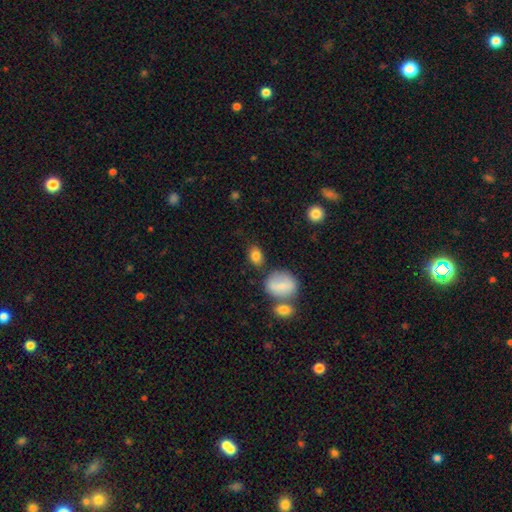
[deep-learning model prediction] A smooth galaxy with no disk features (83%) that is in between round and cigar-shaped (74%).

Vote fractions:
- Smooth or featured? smooth: 83% / star or artifact: 9% / featured or disk: 8%
- How rounded? in between: 74% / round: 24% / cigar-shaped: 2%
- Merging? none: 71% / minor disturbance: 15% / merger: 9% / major disturbance: 5%